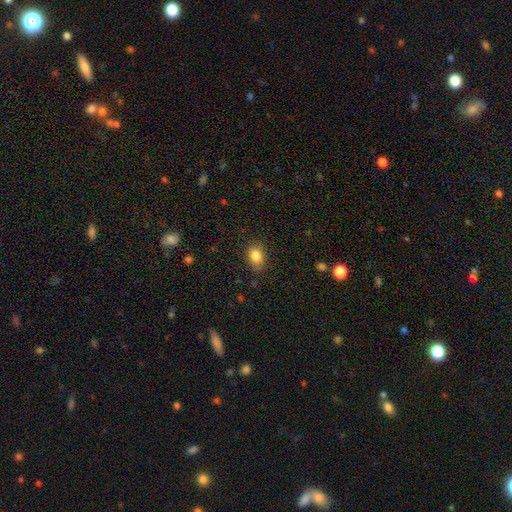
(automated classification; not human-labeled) Q: Smooth or featured?
A: smooth (85%); runner-up: star or artifact (9%)
Q: How rounded?
A: in between (70%); runner-up: round (29%)
Q: Merging?
A: none (80%); runner-up: minor disturbance (15%)